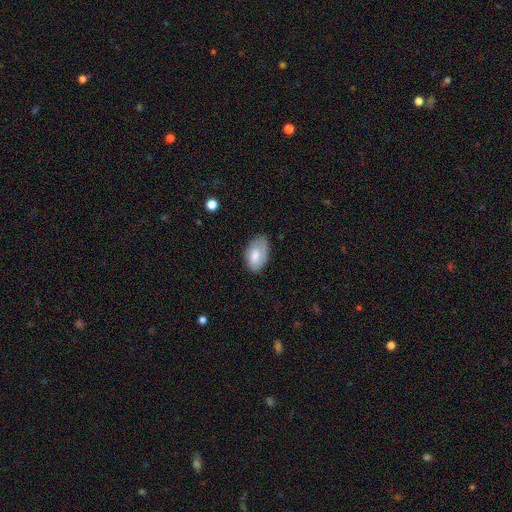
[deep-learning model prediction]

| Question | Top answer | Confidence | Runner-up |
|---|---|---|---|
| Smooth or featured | smooth | 77% | featured or disk (16%) |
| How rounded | in between | 93% | round (5%) |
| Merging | none | 63% | minor disturbance (29%) |